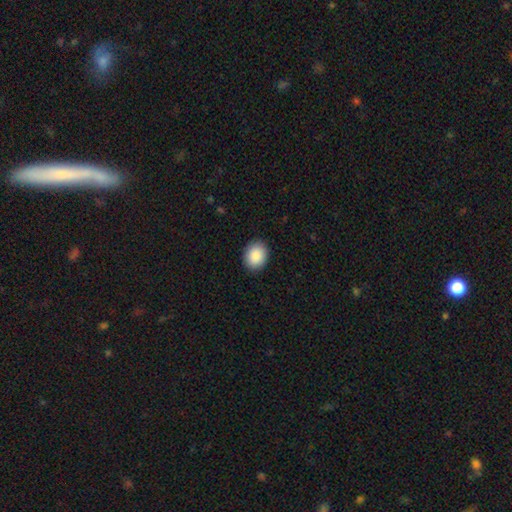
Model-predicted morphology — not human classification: smooth 90%, star or artifact 7%, featured or disk 3%. Down the decision tree: how rounded — round (51%); merging — none (90%).